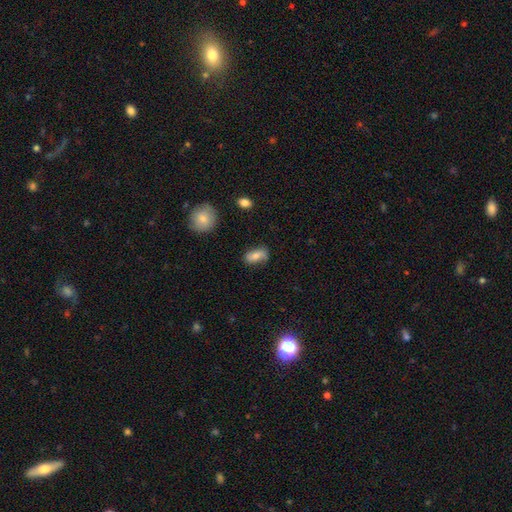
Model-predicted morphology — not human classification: Overall: smooth (66%). How rounded: in between (85%). Merging: none (72%).